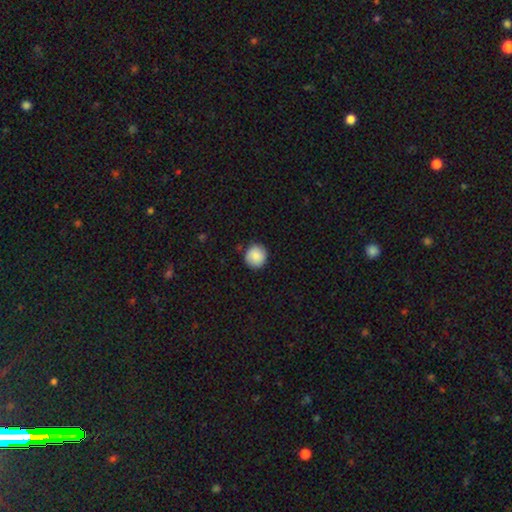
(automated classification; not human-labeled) Overall: smooth (86%). How rounded: round (93%). Merging: none (88%).